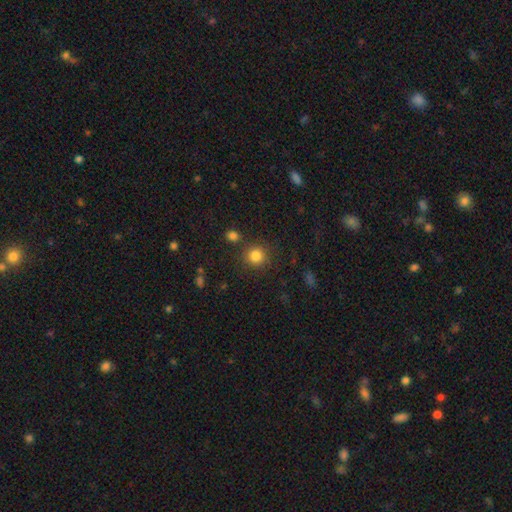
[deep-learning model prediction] smooth 83%, star or artifact 12%, featured or disk 5%. Down the decision tree: how rounded — round (92%); merging — none (83%).